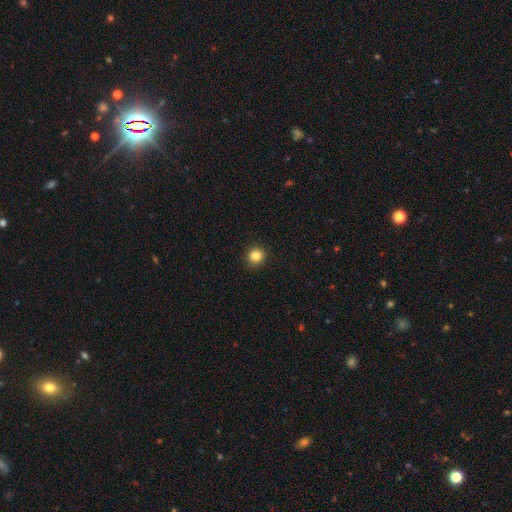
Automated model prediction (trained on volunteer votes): Overall: smooth (85%). How rounded: round (92%). Merging: none (90%).